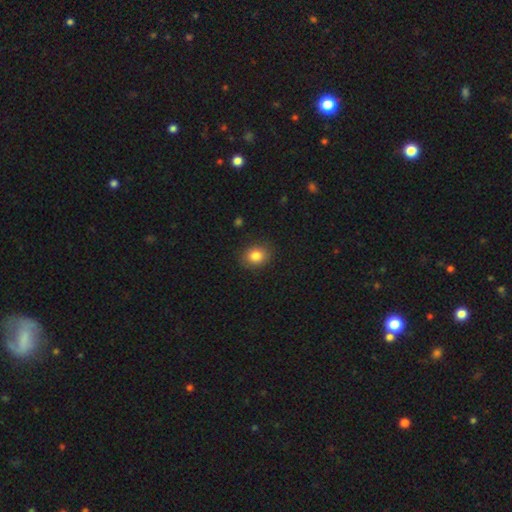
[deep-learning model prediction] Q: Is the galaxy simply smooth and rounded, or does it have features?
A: smooth — 84%.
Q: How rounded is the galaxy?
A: round — 61%.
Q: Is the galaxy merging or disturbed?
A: none — 87%.